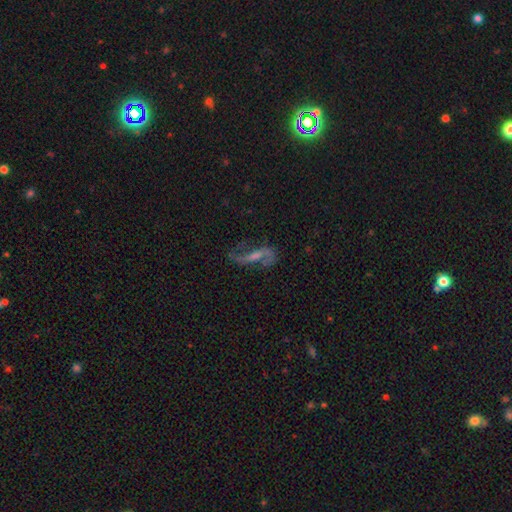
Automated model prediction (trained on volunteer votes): Smooth or featured? Predicted: featured or disk (p=0.77). Edge-on disk? Predicted: no (p=0.89). Bar? Predicted: weak (p=0.42). Spiral arms? Predicted: yes (p=0.90). Spiral winding? Predicted: loose (p=0.75). Spiral arm count? Predicted: 2 (p=0.88). Bulge size? Predicted: small (p=0.43). Merging? Predicted: none (p=0.60).